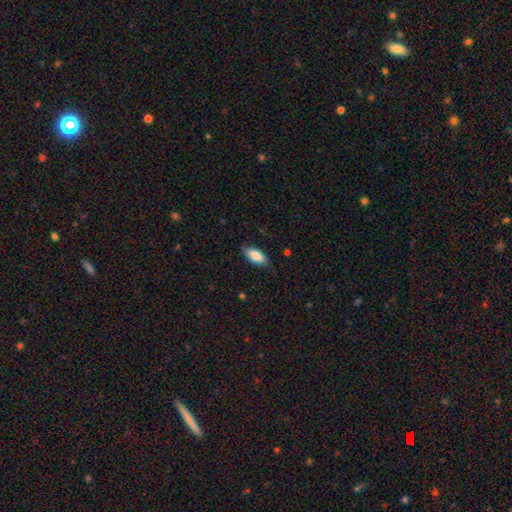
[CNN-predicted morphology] Smooth or featured: smooth — 85% (featured or disk — 9%)
How rounded: in between — 87% (cigar-shaped — 11%)
Merging: none — 80% (minor disturbance — 16%)